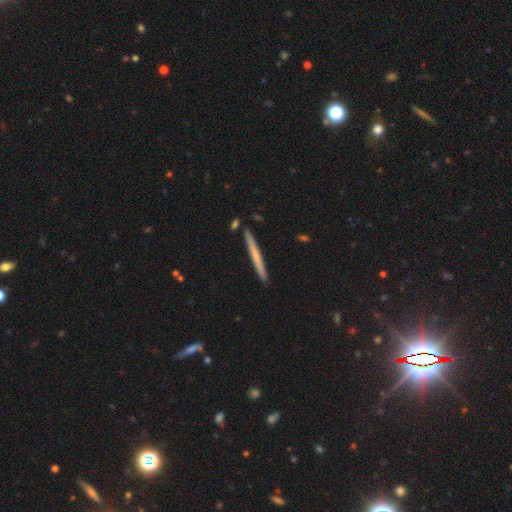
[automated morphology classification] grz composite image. It shows a smooth galaxy with no disk features (56%) that is cigar-shaped (97%). Merging: none (90%).